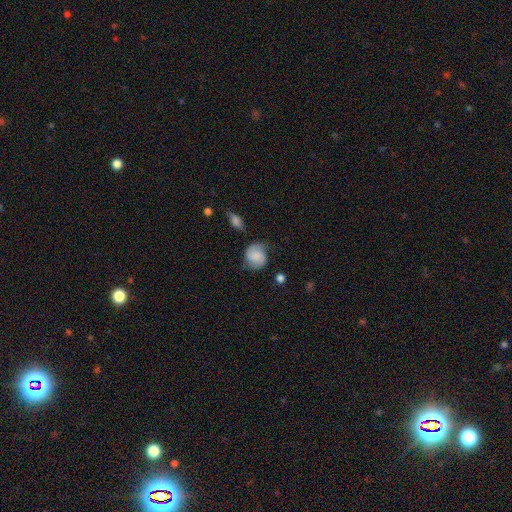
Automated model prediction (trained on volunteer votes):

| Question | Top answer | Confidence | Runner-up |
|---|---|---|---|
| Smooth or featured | smooth | 58% | featured or disk (33%) |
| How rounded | round | 73% | in between (26%) |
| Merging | none | 67% | minor disturbance (23%) |